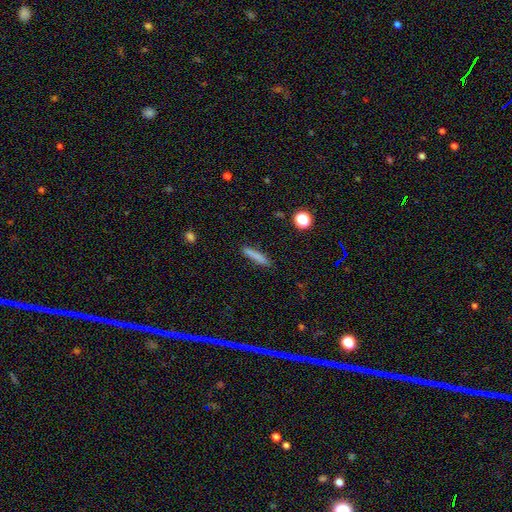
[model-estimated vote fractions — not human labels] smooth_or_featured: smooth (p=0.80) [alt: featured or disk p=0.11]
how_rounded: cigar-shaped (p=0.89) [alt: in between p=0.09]
merging: none (p=0.87) [alt: minor disturbance p=0.09]